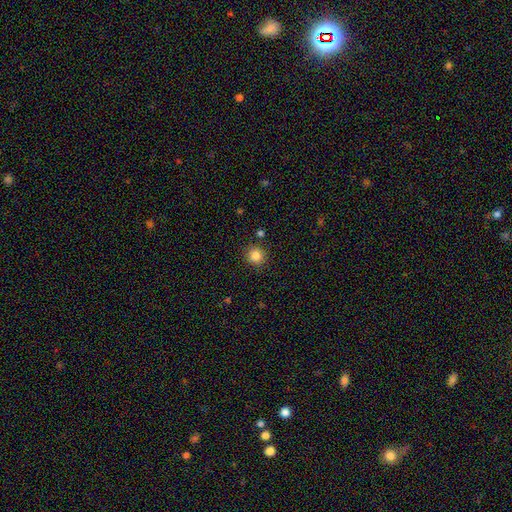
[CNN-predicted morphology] This appears to be a smooth galaxy with no disk features (84%) that is round (92%). Merging: none (88%).